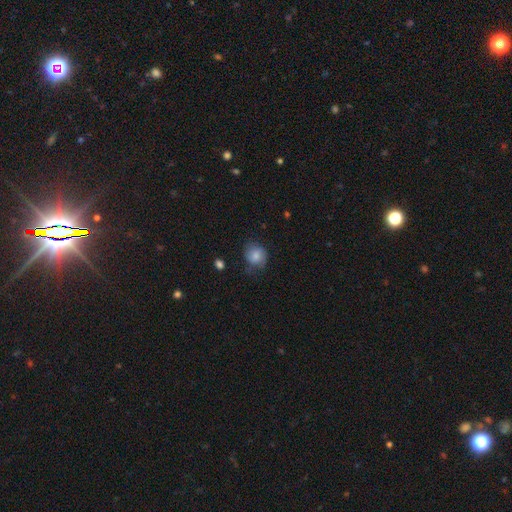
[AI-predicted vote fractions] Smooth or featured?
  - smooth: 75% *
  - featured or disk: 17%
  - star or artifact: 8%
How rounded?
  - round: 73% *
  - in between: 26%
  - cigar-shaped: 1%
Merging?
  - none: 61% *
  - minor disturbance: 27%
  - major disturbance: 10%
  - merger: 2%